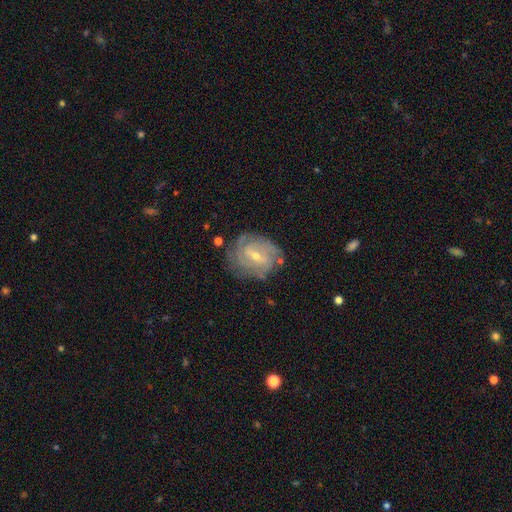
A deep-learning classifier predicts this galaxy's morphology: This appears to be a featured or disk galaxy (83%) with a weak bar (53%), tight (63%) spiral arms (93%) and a small central bulge (58%). Merging: none (74%).